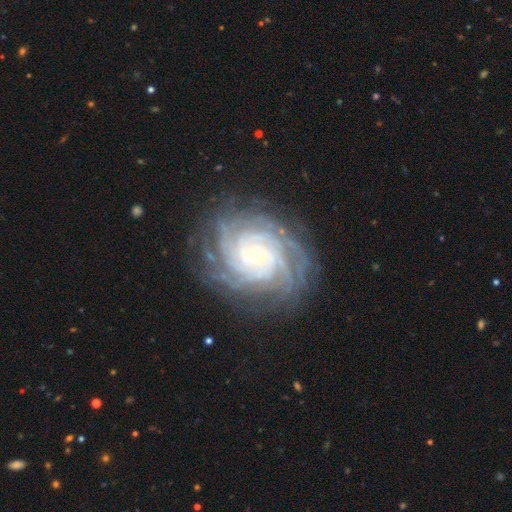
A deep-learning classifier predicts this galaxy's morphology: smooth_or_featured: featured or disk (p=0.91) [alt: star or artifact p=0.05]
disk_edge_on: no (p=0.97) [alt: yes p=0.03]
bar: no (p=0.71) [alt: weak p=0.21]
has_spiral_arms: yes (p=0.98) [alt: no p=0.02]
spiral_winding: tight (p=0.81) [alt: medium p=0.16]
spiral_arm_count: more than 4 (p=0.33) [alt: 4 p=0.23]
bulge_size: small (p=0.81) [alt: moderate p=0.15]
merging: none (p=0.80) [alt: minor disturbance p=0.14]